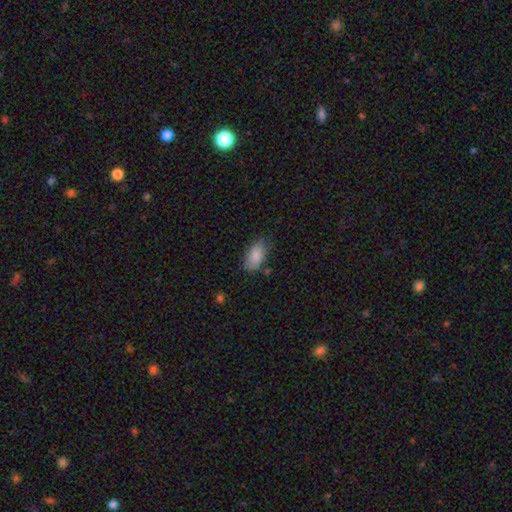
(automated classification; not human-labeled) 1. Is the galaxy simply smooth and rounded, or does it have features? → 87% smooth, 7% featured or disk, 7% star or artifact.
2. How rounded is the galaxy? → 93% in between, 3% round, 3% cigar-shaped.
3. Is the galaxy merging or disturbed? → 75% none, 18% minor disturbance, 4% major disturbance, 3% merger.